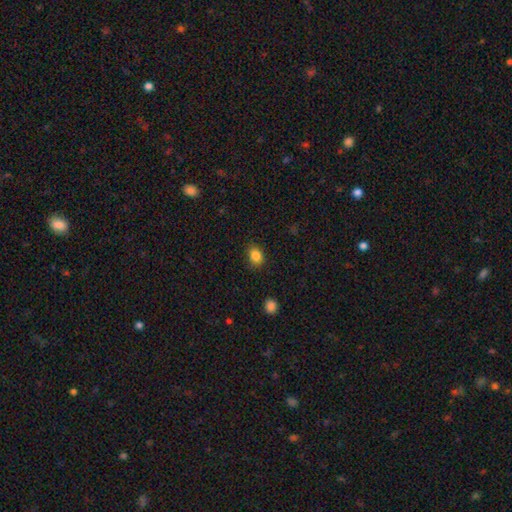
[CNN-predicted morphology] Q: Smooth or featured?
A: smooth (85%); runner-up: star or artifact (10%)
Q: How rounded?
A: in between (60%); runner-up: round (39%)
Q: Merging?
A: none (86%); runner-up: minor disturbance (11%)